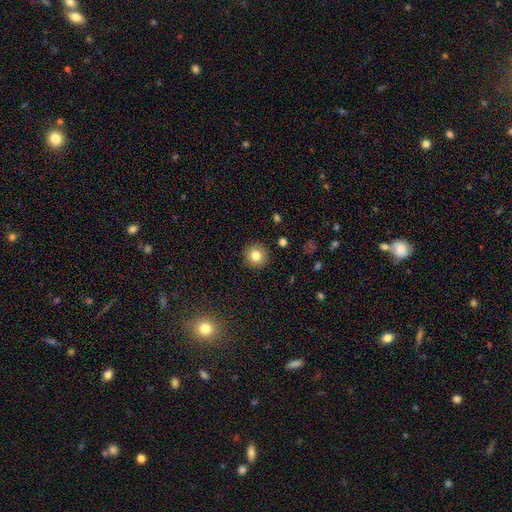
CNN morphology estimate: smooth-or-featured: smooth: 81% | star or artifact: 11% | featured or disk: 8%
  how-rounded: round: 94% | in between: 5% | cigar-shaped: 1%
  merging: none: 92% | minor disturbance: 5% | major disturbance: 2% | merger: 1%